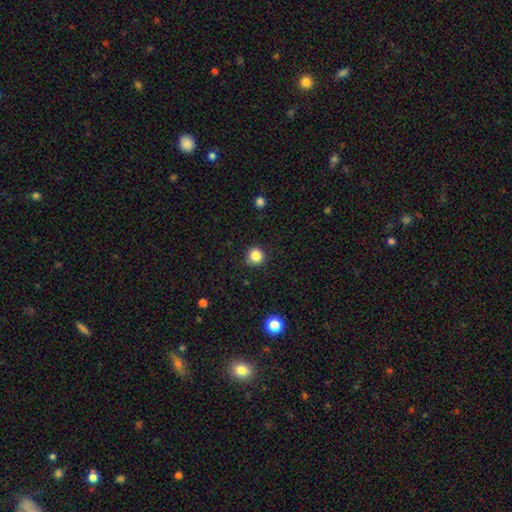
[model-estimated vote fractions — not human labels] A smooth galaxy with no disk features (84%) that is round (95%).

Vote fractions:
- Smooth or featured? smooth: 84% / star or artifact: 12% / featured or disk: 4%
- How rounded? round: 95% / in between: 4% / cigar-shaped: 1%
- Merging? none: 89% / minor disturbance: 8% / major disturbance: 2% / merger: 1%